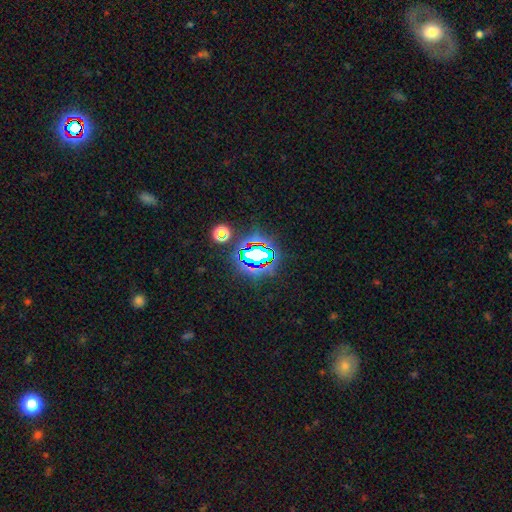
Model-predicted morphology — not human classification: This is likely a star or artifact rather than a galaxy (66%).